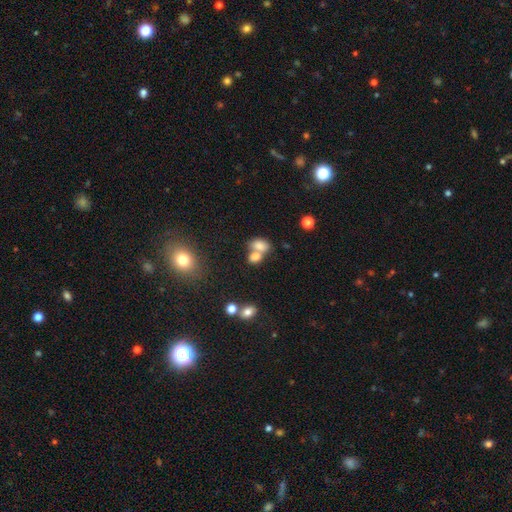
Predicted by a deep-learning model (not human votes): A smooth galaxy with no disk features (77%) that is in between round and cigar-shaped (78%). Merging: merger (60%).